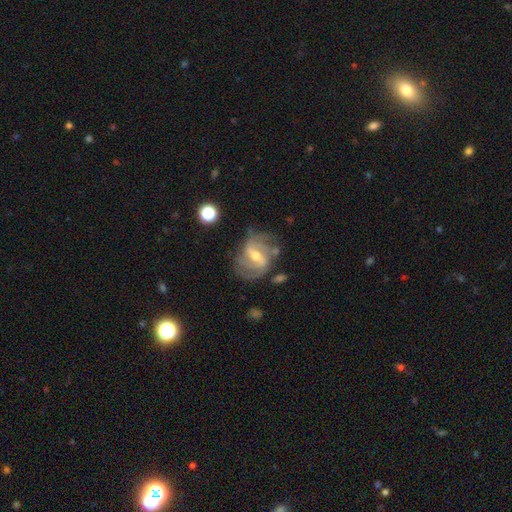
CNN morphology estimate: A featured or disk galaxy (85%) with a weak bar (46%), 2 (41%) medium (46%) spiral arms (93%) and a moderate central bulge (63%). Merging: none (64%).